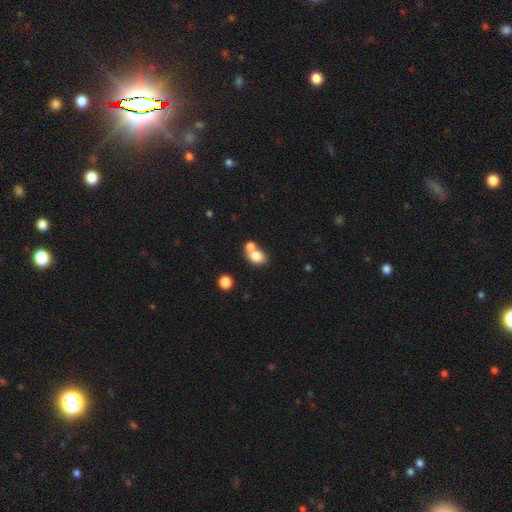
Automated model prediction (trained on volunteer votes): Smooth or featured: smooth — 78% (featured or disk — 12%)
How rounded: in between — 57% (round — 42%)
Merging: merger — 53% (none — 35%)